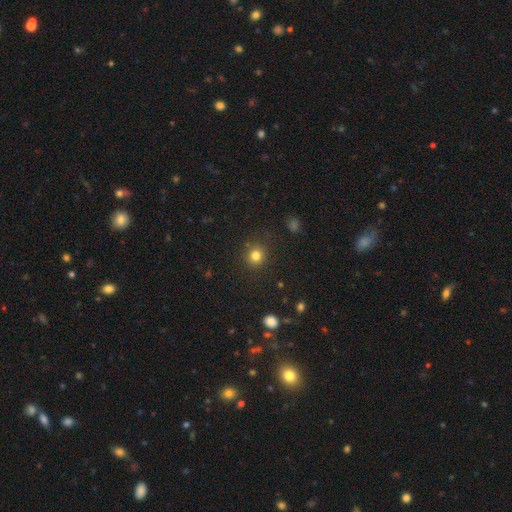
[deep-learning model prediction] This is clearly a smooth galaxy (80%). How rounded: clearly round (90%). Merging: clearly none (88%).